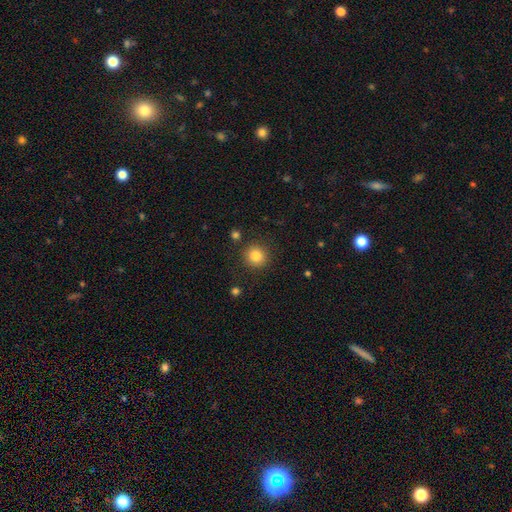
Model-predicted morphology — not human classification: This appears to be a smooth galaxy with no disk features (84%) that is round (92%). Merging: none (88%).